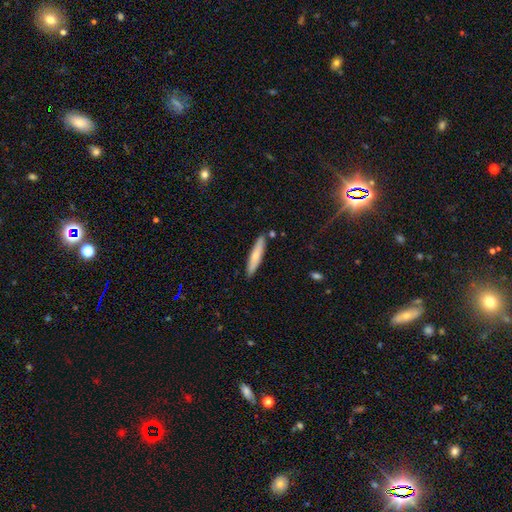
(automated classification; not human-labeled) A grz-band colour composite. It shows a smooth galaxy with no disk features (64%) that is cigar-shaped (87%). Merging: none (86%).